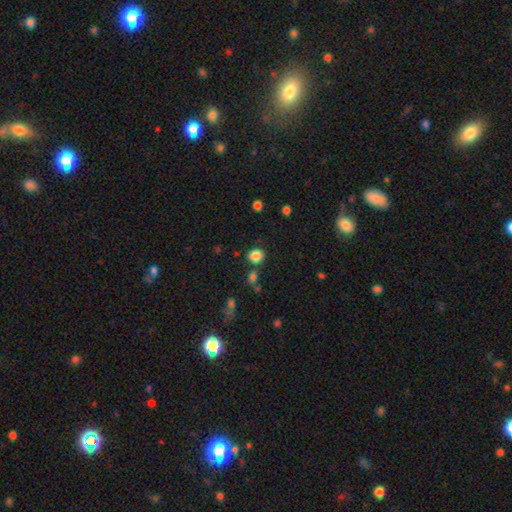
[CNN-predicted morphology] A smooth galaxy with no disk features (85%) that is round (79%). Merging: none (79%).